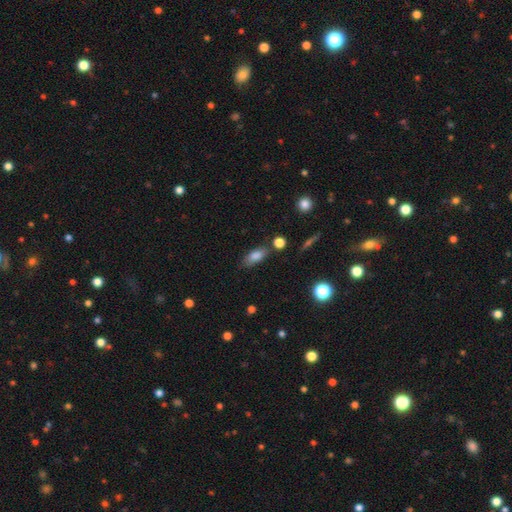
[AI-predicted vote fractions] This appears to be a smooth galaxy with no disk features (81%) that is in between round and cigar-shaped (79%). Merging: none (70%).